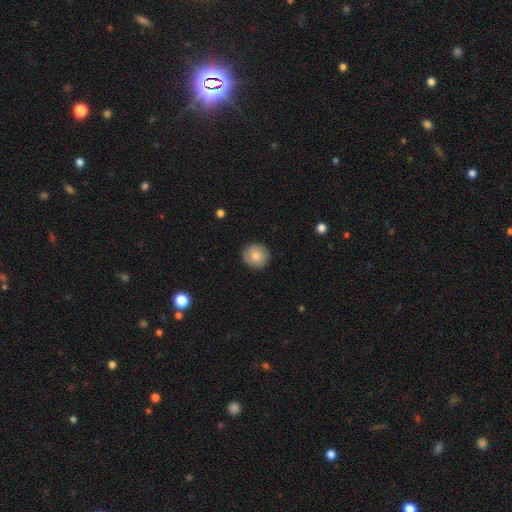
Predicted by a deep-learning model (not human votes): A smooth galaxy with no disk features (79%) that is round (92%). Merging: none (88%).